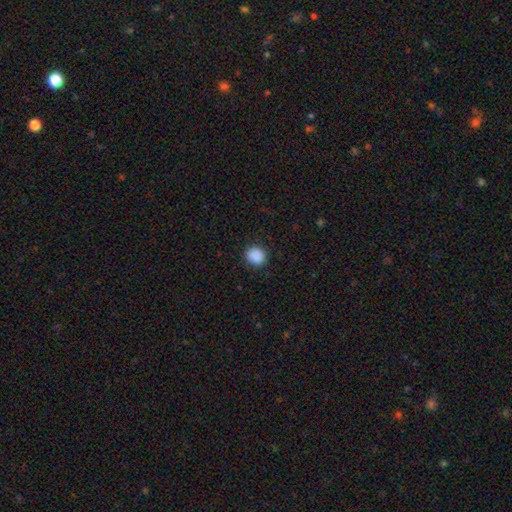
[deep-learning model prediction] Smooth or featured? smooth (88%)
How rounded? round (75%)
Merging? none (87%)